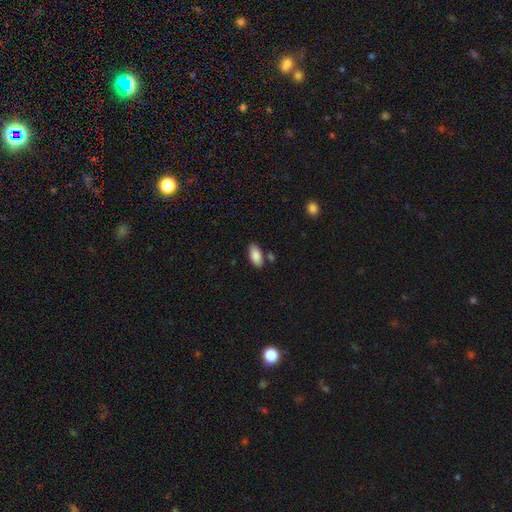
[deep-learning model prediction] smooth-or-featured: smooth: 88% | star or artifact: 6% | featured or disk: 6%
  how-rounded: in between: 93% | cigar-shaped: 5% | round: 2%
  merging: none: 79% | minor disturbance: 11% | merger: 7% | major disturbance: 3%